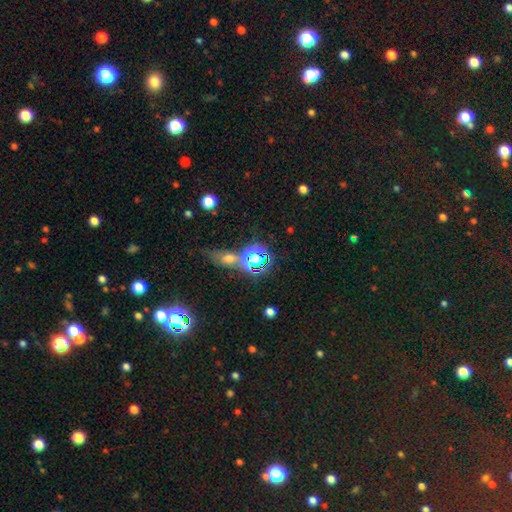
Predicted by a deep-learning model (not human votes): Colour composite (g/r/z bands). It shows a star or artifact, not a galaxy (60%).